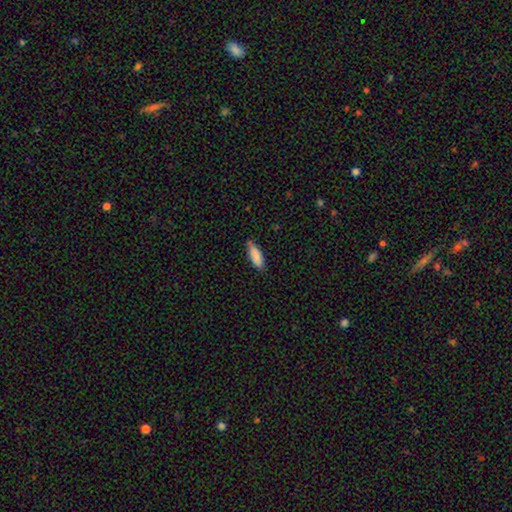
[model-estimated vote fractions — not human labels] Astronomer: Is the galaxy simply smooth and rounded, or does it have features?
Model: smooth — 87%.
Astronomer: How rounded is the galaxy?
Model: in between — 62%.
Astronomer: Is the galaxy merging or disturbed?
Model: none — 78%.